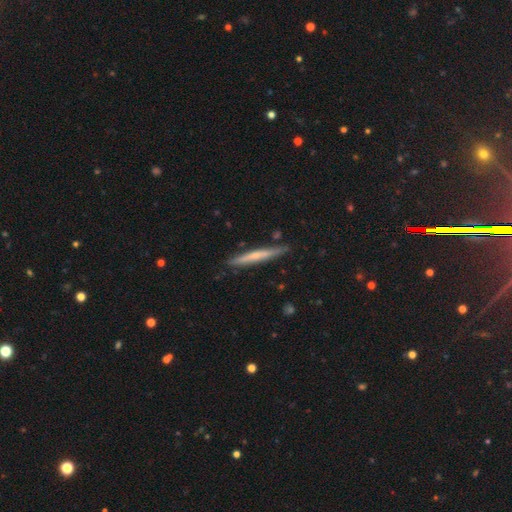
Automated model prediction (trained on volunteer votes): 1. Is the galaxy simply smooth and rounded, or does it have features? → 52% featured or disk, 42% smooth, 6% star or artifact.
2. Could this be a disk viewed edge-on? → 96% yes, 4% no.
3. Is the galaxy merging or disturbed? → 86% none, 10% minor disturbance, 2% merger, 2% major disturbance.